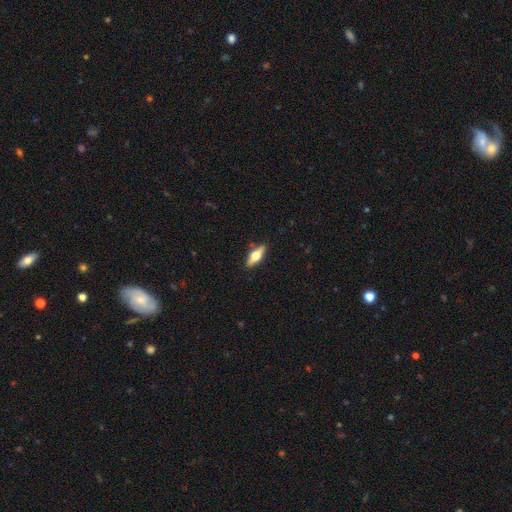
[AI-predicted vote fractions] A featured or disk galaxy (50%) viewed edge-on (91%). Merging: none (88%).